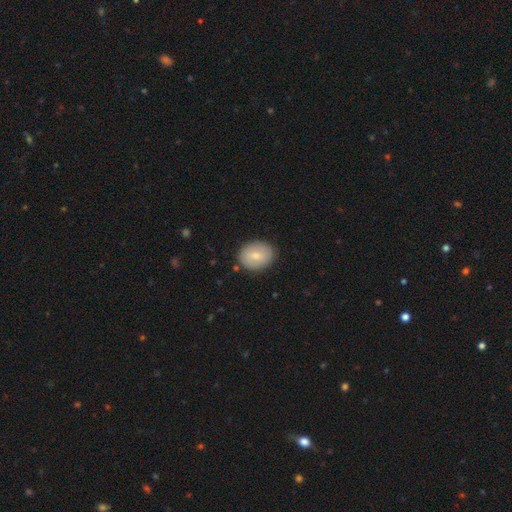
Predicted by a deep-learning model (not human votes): This is likely a smooth galaxy (74%). How rounded: possibly round (50%). Merging: clearly none (86%).